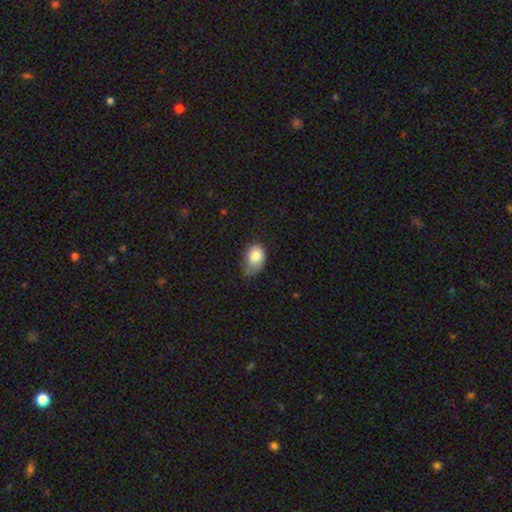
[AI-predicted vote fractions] A smooth galaxy with no disk features (80%) that is in between round and cigar-shaped (83%).

Vote fractions:
- Smooth or featured? smooth: 80% / featured or disk: 13% / star or artifact: 7%
- How rounded? in between: 83% / round: 16% / cigar-shaped: 1%
- Merging? minor disturbance: 47% / none: 28% / major disturbance: 23% / merger: 2%